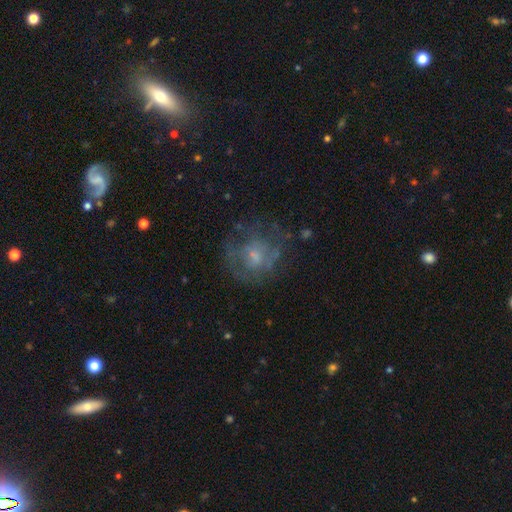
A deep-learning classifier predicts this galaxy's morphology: Q: Smooth or featured?
A: featured or disk (52%); runner-up: smooth (35%)
Q: Edge-on disk?
A: no (97%); runner-up: yes (3%)
Q: Bar?
A: no (78%); runner-up: weak (19%)
Q: Spiral arms?
A: no (67%); runner-up: yes (33%)
Q: Bulge size?
A: small (47%); runner-up: moderate (33%)
Q: Merging?
A: none (57%); runner-up: major disturbance (22%)